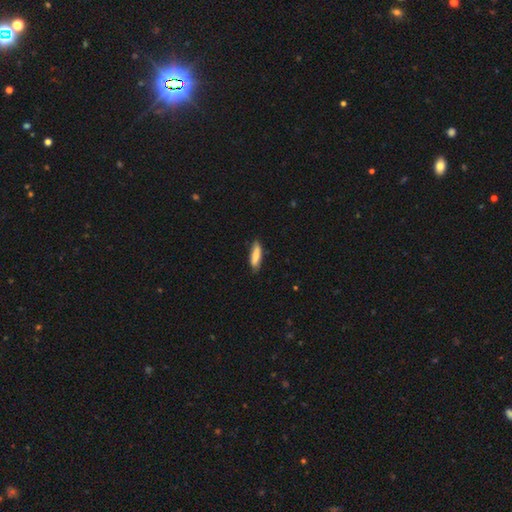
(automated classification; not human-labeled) Overall: smooth (82%). How rounded: cigar-shaped (66%; in between 33%). Merging: none (80%).